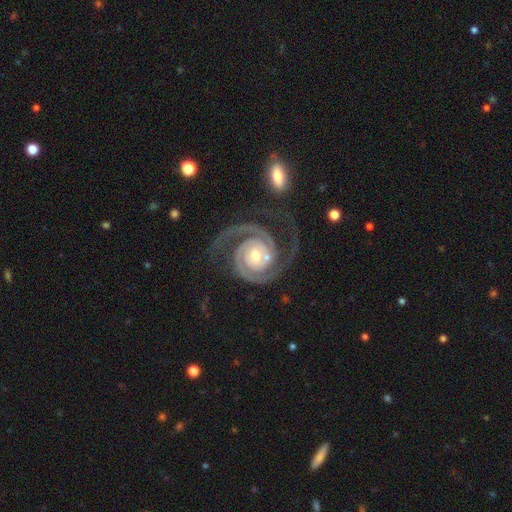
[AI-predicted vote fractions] Smooth or featured? Predicted: featured or disk (p=0.94). Edge-on disk? Predicted: no (p=0.98). Bar? Predicted: no (p=0.70). Spiral arms? Predicted: yes (p=0.99). Spiral winding? Predicted: tight (p=0.68). Spiral arm count? Predicted: 2 (p=0.89). Bulge size? Predicted: small (p=0.48). Merging? Predicted: none (p=0.70).